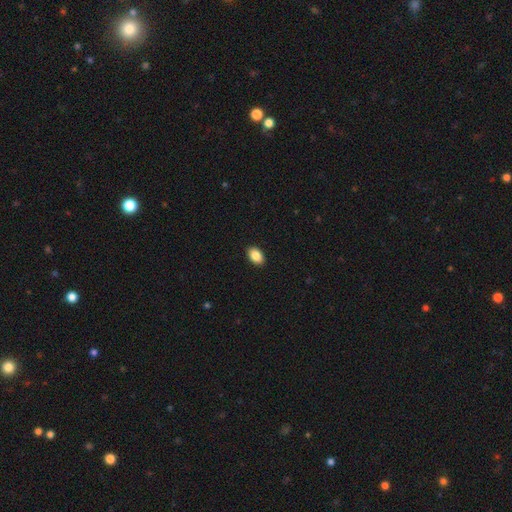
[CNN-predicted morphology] A smooth galaxy with no disk features (87%) that is in between round and cigar-shaped (90%).

Vote fractions:
- Smooth or featured? smooth: 87% / star or artifact: 7% / featured or disk: 5%
- How rounded? in between: 90% / round: 9% / cigar-shaped: 1%
- Merging? none: 91% / minor disturbance: 6% / major disturbance: 2% / merger: 1%